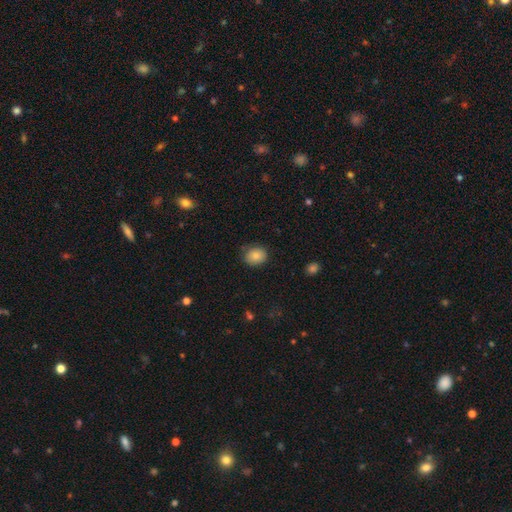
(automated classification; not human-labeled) Morphology: type=smooth (84%); roundness=round (56%); merging=none (75%).